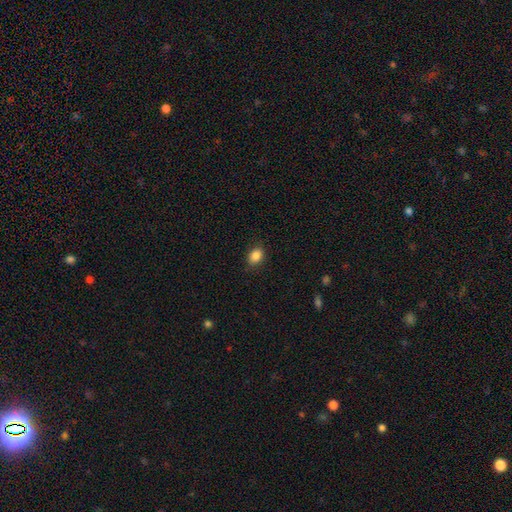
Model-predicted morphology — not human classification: smooth 87%, star or artifact 9%, featured or disk 4%. Down the decision tree: how rounded — in between (68%); merging — none (87%).